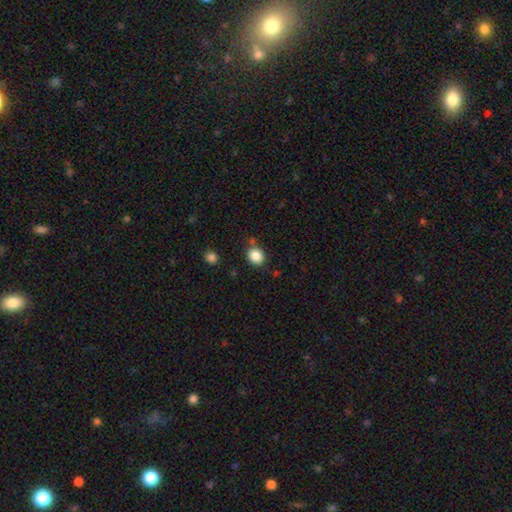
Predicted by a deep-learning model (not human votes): A smooth galaxy with no disk features (86%) that is round (69%). Merging: none (77%).